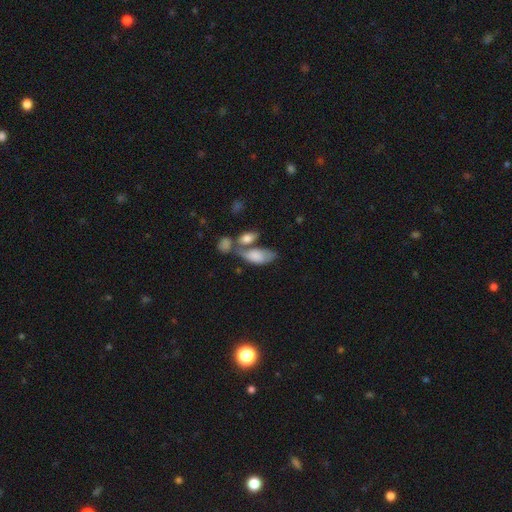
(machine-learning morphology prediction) Smooth or featured? Predicted: smooth (p=0.74). How rounded? Predicted: in between (p=0.90). Merging? Predicted: merger (p=0.45).